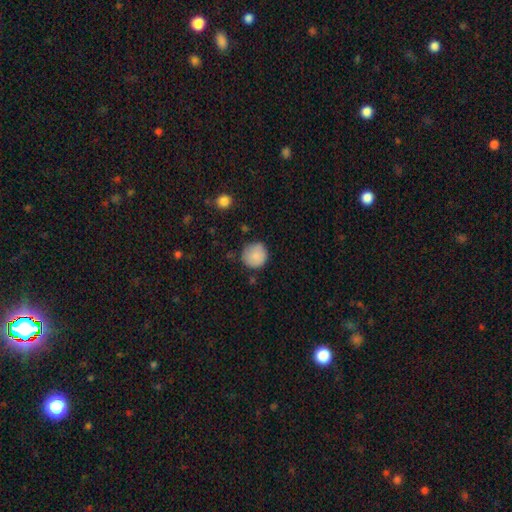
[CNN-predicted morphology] Smooth or featured: smooth — 85% (featured or disk — 8%)
How rounded: round — 93% (in between — 7%)
Merging: none — 76% (minor disturbance — 18%)